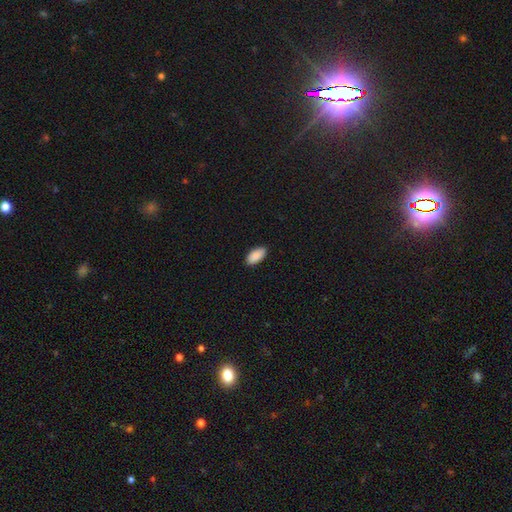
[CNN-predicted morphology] Q: Smooth or featured?
A: smooth (91%); runner-up: star or artifact (6%)
Q: How rounded?
A: in between (93%); runner-up: cigar-shaped (5%)
Q: Merging?
A: none (88%); runner-up: minor disturbance (9%)